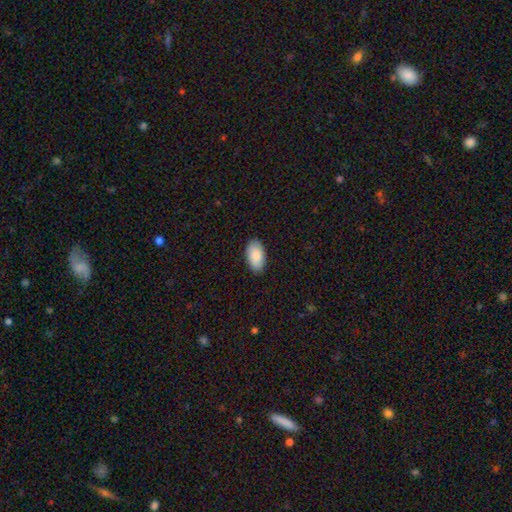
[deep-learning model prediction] Smooth or featured?
  - smooth: 89% *
  - star or artifact: 6%
  - featured or disk: 5%
How rounded?
  - in between: 96% *
  - round: 3%
  - cigar-shaped: 2%
Merging?
  - none: 88% *
  - minor disturbance: 9%
  - major disturbance: 2%
  - merger: 1%